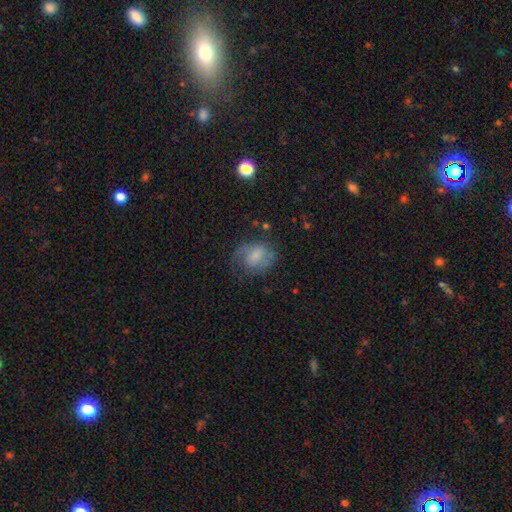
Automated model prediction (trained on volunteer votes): smooth-or-featured: featured or disk: 54% | smooth: 37% | star or artifact: 9%
  disk-edge-on: no: 97% | yes: 3%
    bar: weak: 52% | no: 33% | strong: 15%
    has-spiral-arms: yes: 85% | no: 15%
    bulge-size: small: 34% | moderate: 32% | none: 22% | large: 9% | dominant: 2%
  merging: none: 60% | minor disturbance: 23% | major disturbance: 16% | merger: 2%